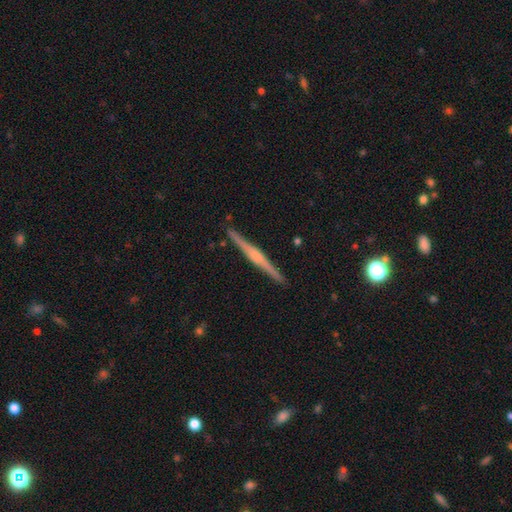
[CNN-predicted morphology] Q: Smooth or featured?
A: featured or disk (75%); runner-up: smooth (20%)
Q: Edge-on disk?
A: yes (98%); runner-up: no (2%)
Q: Edge-on bulge?
A: rounded (51%); runner-up: boxy (25%)
Q: Merging?
A: none (91%); runner-up: minor disturbance (6%)